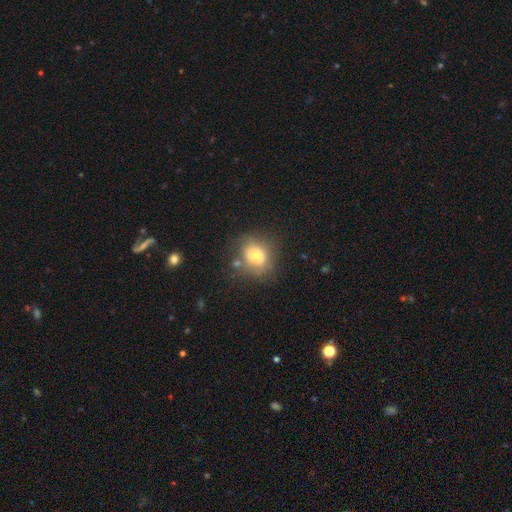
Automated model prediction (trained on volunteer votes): Overall: smooth (73%). How rounded: round (57%; in between 42%). Merging: none (68%).